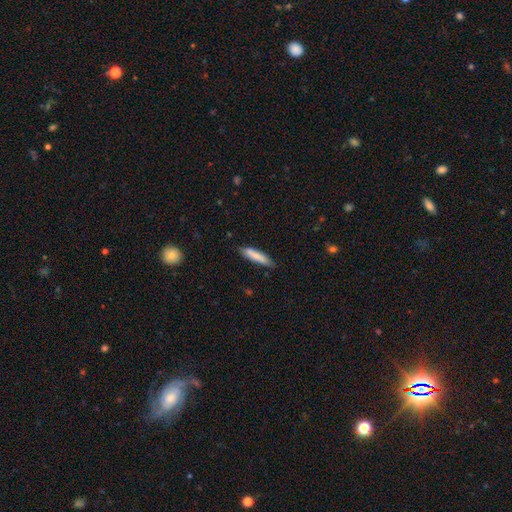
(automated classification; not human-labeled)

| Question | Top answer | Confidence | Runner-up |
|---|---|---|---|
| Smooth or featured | smooth | 80% | featured or disk (14%) |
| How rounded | cigar-shaped | 84% | in between (15%) |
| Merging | none | 79% | minor disturbance (16%) |